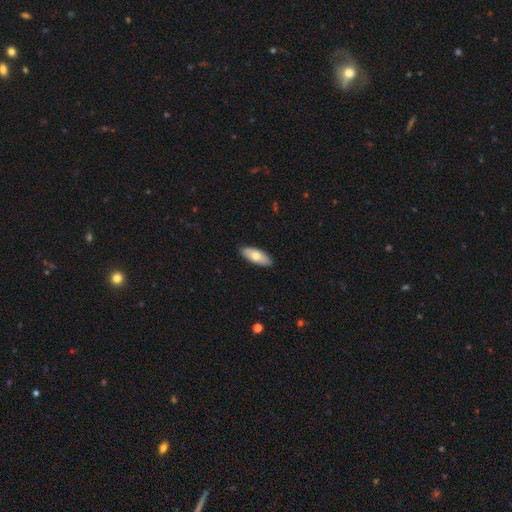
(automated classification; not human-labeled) Smooth or featured? Predicted: smooth (p=0.71). How rounded? Predicted: in between (p=0.77). Merging? Predicted: none (p=0.89).